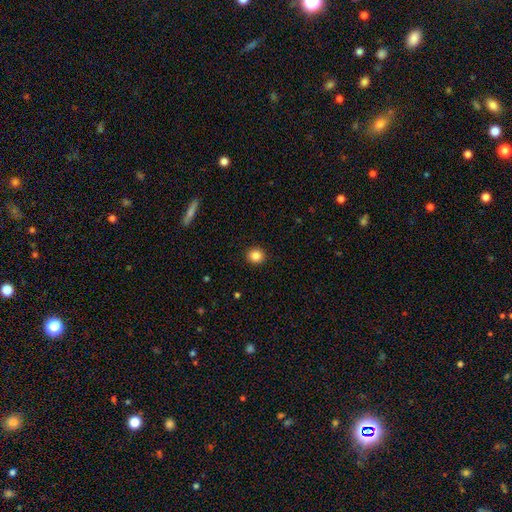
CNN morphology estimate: The model was most divided on "how rounded": round: 87%, in between: 12%, cigar-shaped: 1%. More confident: merging — none (92%); smooth or featured — smooth (86%).